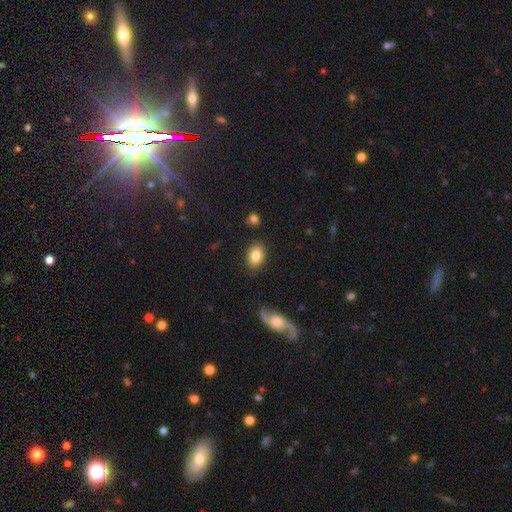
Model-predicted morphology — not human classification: smooth_or_featured: smooth (p=0.82) [alt: featured or disk p=0.10]
how_rounded: in between (p=0.80) [alt: round p=0.19]
merging: none (p=0.86) [alt: minor disturbance p=0.10]